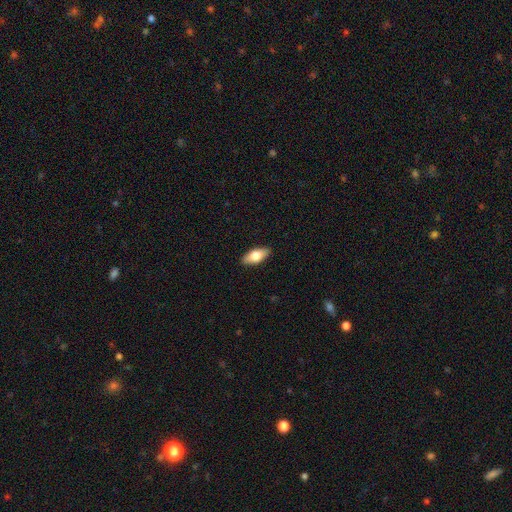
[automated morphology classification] The model was most divided on "smooth or featured": smooth: 70%, featured or disk: 24%, star or artifact: 6%. More confident: merging — none (89%); how rounded — in between (84%).